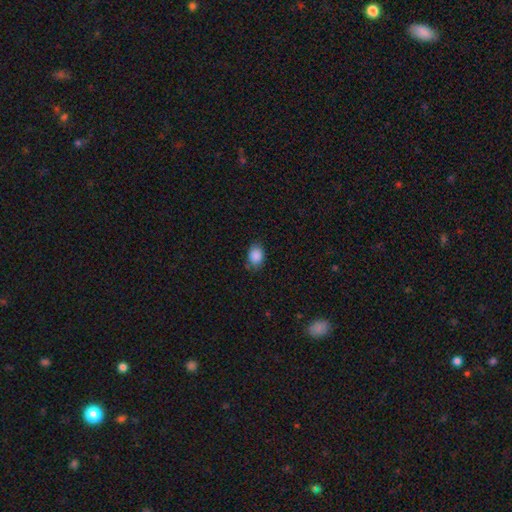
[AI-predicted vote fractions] Morphology: type=smooth (88%); roundness=in between (65%); merging=none (76%).